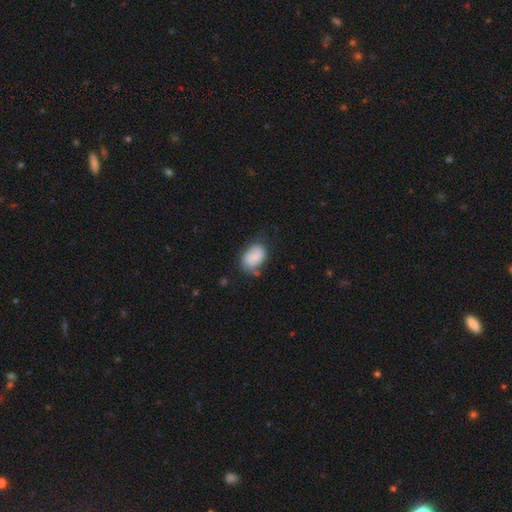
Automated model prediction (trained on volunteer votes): Smooth or featured? smooth (65%)
How rounded? in between (74%)
Merging? none (47%)